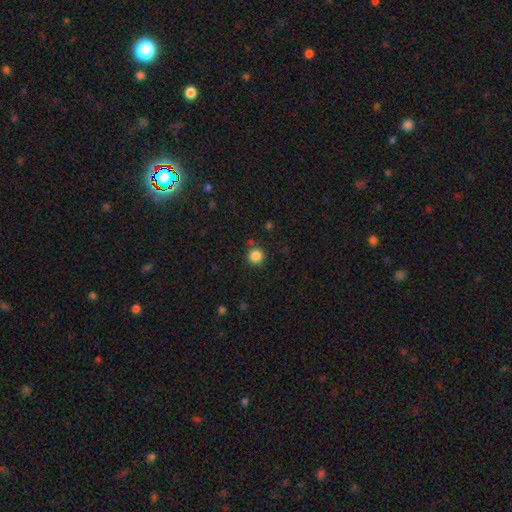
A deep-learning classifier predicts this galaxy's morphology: Smooth or featured?
  - smooth: 85% *
  - star or artifact: 11%
  - featured or disk: 4%
How rounded?
  - round: 95% *
  - in between: 4%
  - cigar-shaped: 1%
Merging?
  - none: 84% *
  - minor disturbance: 8%
  - merger: 4%
  - major disturbance: 3%